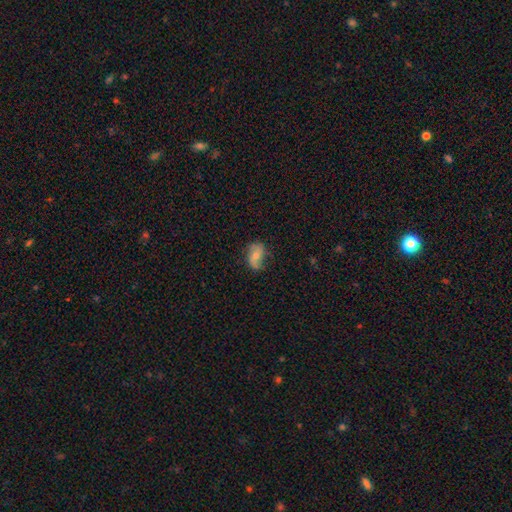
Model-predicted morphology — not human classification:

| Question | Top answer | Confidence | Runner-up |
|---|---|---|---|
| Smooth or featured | featured or disk | 51% | smooth (41%) |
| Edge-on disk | no | 95% | yes (5%) |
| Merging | none | 69% | minor disturbance (22%) |